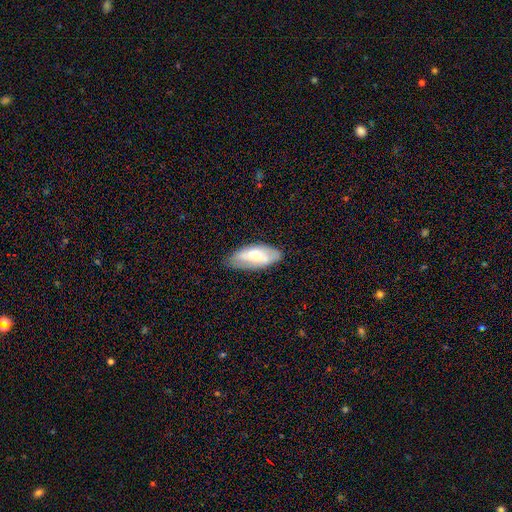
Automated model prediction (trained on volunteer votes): The model was most divided on "smooth or featured": smooth: 50%, featured or disk: 43%, star or artifact: 6%. More confident: how rounded — in between (85%); merging — none (75%).